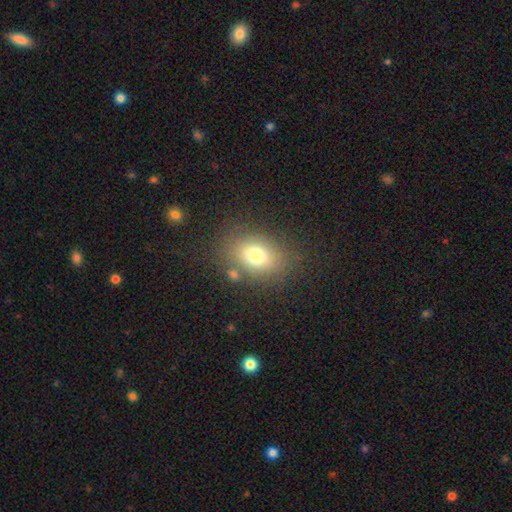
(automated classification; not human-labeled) Overall: smooth (75%). How rounded: in between (68%; round 31%). Merging: none (77%).